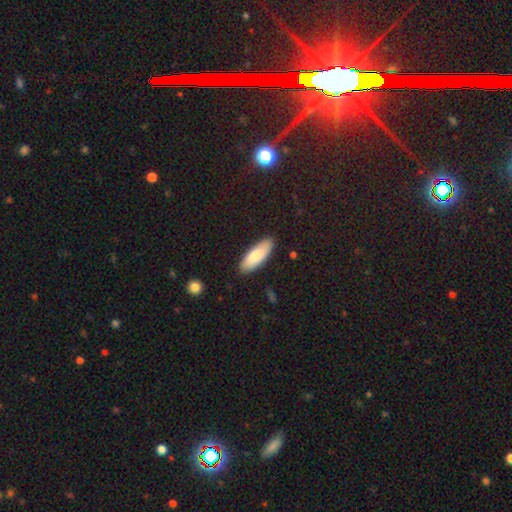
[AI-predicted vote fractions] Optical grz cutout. It shows a smooth galaxy with no disk features (82%) that is in between round and cigar-shaped (69%). Merging: none (87%).